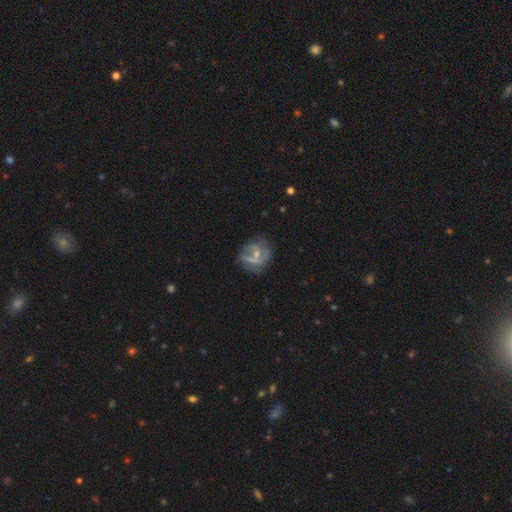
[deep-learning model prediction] A featured or disk galaxy (63%) with no bar (43%), spiral arms (61%) and a small central bulge (53%).

Vote fractions:
- Smooth or featured? featured or disk: 63% / smooth: 28% / star or artifact: 9%
- Edge-on disk? no: 97% / yes: 3%
- Bar? no: 43% / weak: 41% / strong: 16%
- Spiral arms? yes: 61% / no: 39%
- Bulge size? small: 53% / moderate: 32% / none: 12% / large: 2% / dominant: 1%
- Merging? none: 52% / minor disturbance: 24% / major disturbance: 21% / merger: 4%